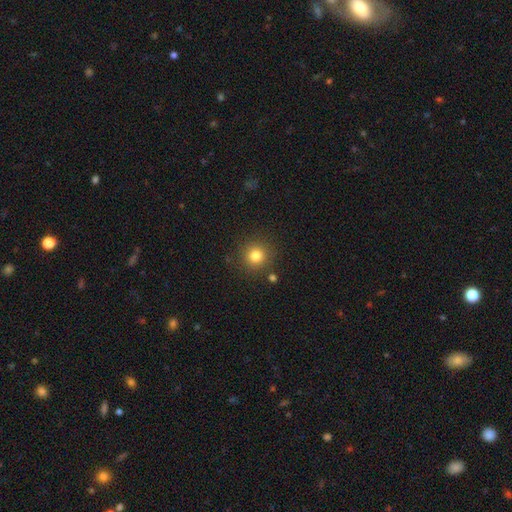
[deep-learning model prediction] Q: Smooth or featured?
A: smooth (81%); runner-up: star or artifact (13%)
Q: How rounded?
A: round (93%); runner-up: in between (6%)
Q: Merging?
A: none (86%); runner-up: minor disturbance (7%)